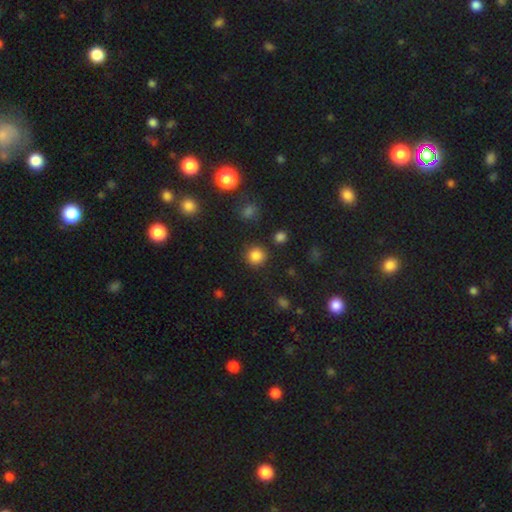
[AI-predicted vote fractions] smooth-or-featured: smooth: 83% | star or artifact: 12% | featured or disk: 4%
  how-rounded: round: 93% | in between: 6% | cigar-shaped: 1%
  merging: none: 88% | minor disturbance: 7% | major disturbance: 3% | merger: 3%